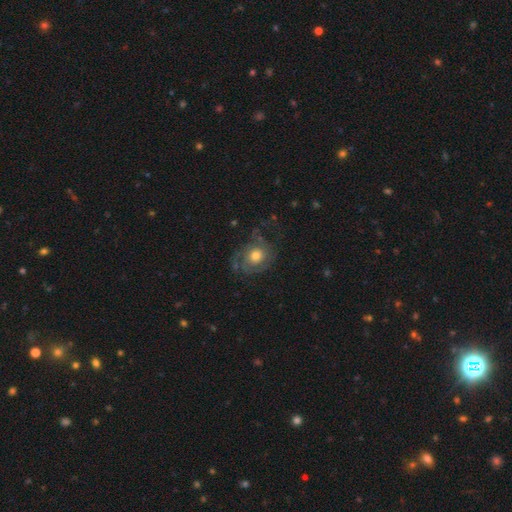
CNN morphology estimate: type=featured or disk (65%); edge-on=no (97%); bar=no (82%); spiral arms=yes (81%); winding=tight (47%); arm count=2 (39%); bulge=moderate (63%); merging=none (56%).